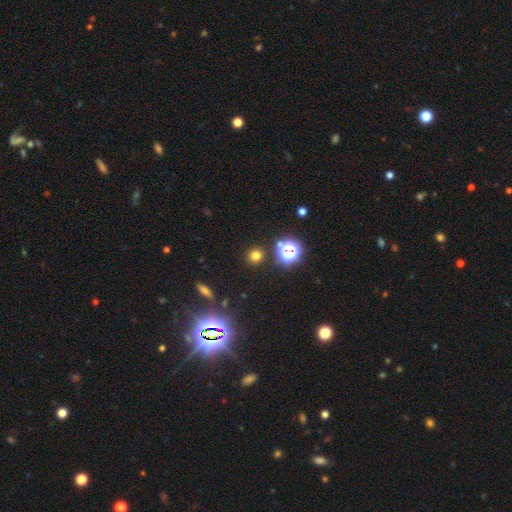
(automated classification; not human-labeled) Overall: smooth (70%). How rounded: round (88%). Merging: none (88%).